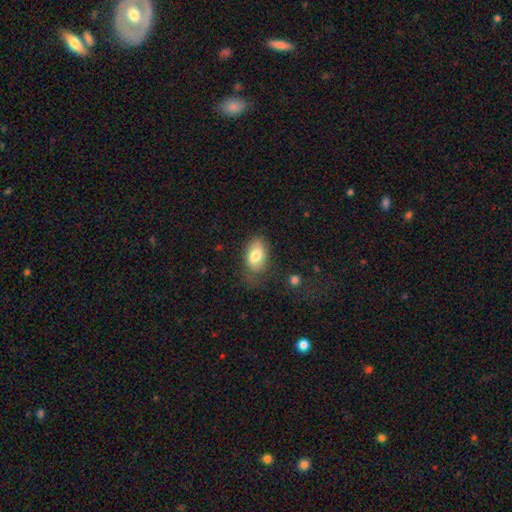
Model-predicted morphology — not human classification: smooth_or_featured: smooth (p=0.78) [alt: featured or disk p=0.15]
how_rounded: in between (p=0.90) [alt: round p=0.08]
merging: none (p=0.64) [alt: minor disturbance p=0.25]